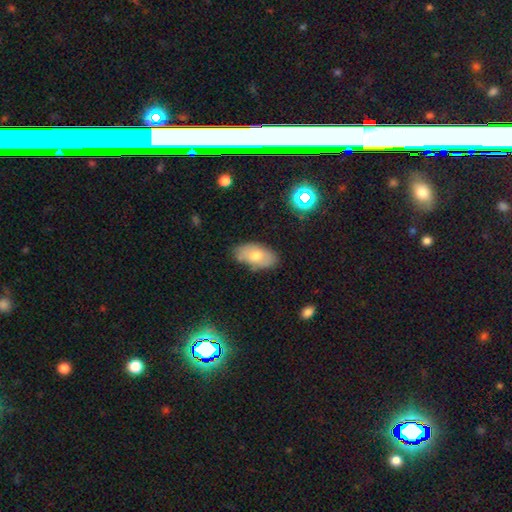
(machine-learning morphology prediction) A smooth galaxy with no disk features (65%) that is in between round and cigar-shaped (93%). Merging: none (75%).